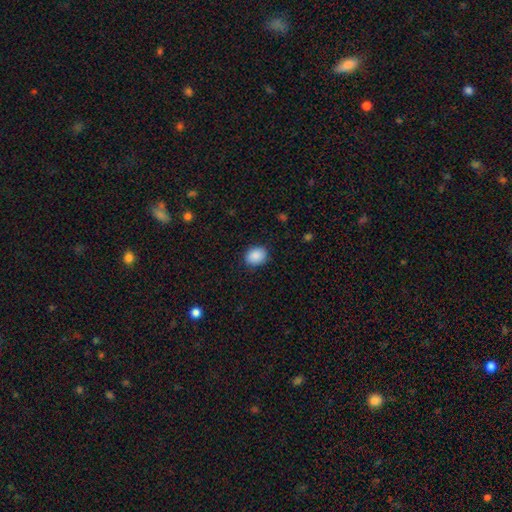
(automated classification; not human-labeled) smooth 89%, star or artifact 7%, featured or disk 3%. Down the decision tree: how rounded — round (51%); merging — none (87%).